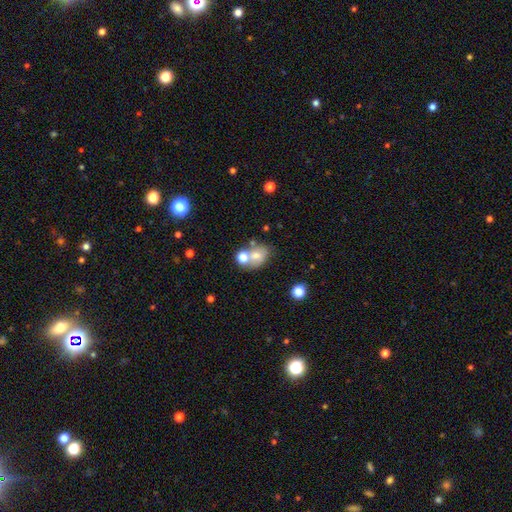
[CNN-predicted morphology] Q: Smooth or featured?
A: smooth (66%); runner-up: featured or disk (22%)
Q: How rounded?
A: in between (54%); runner-up: round (44%)
Q: Merging?
A: none (45%); runner-up: merger (34%)